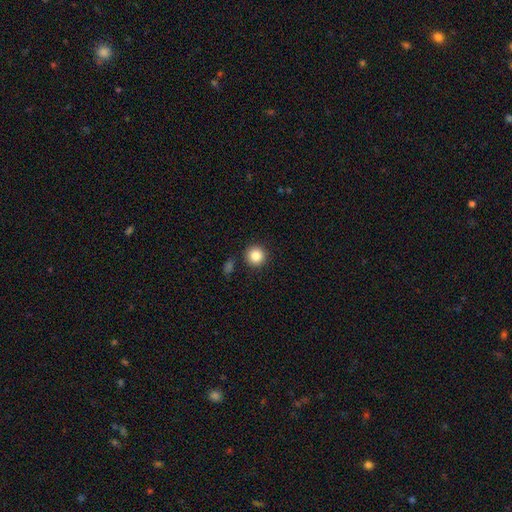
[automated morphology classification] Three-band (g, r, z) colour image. It shows a smooth galaxy with no disk features (86%) that is round (94%). Merging: none (88%).